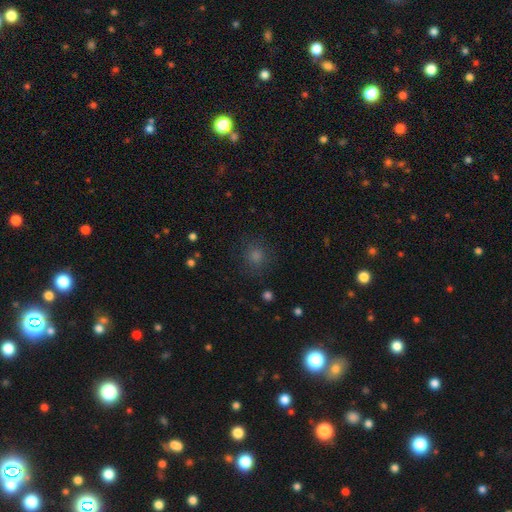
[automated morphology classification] A smooth galaxy with no disk features (63%) that is round (91%). Merging: none (86%).